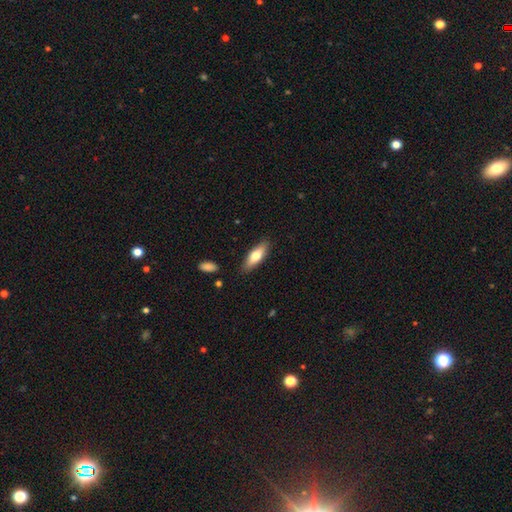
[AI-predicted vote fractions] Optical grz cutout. It shows a smooth galaxy with no disk features (66%) that is in between round and cigar-shaped (57%). Merging: none (86%).